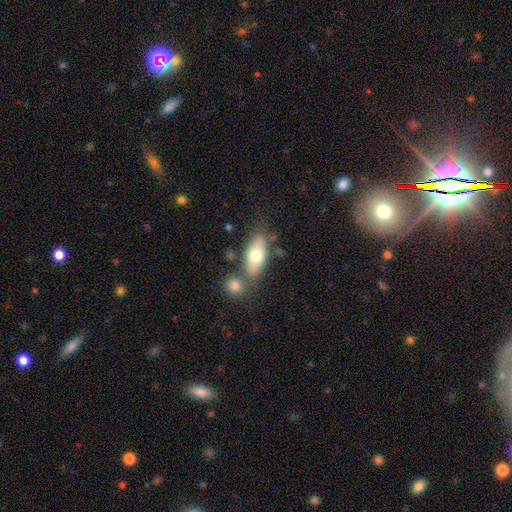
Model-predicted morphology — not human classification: This is likely a smooth galaxy (70%). How rounded: clearly in between (81%). Merging: likely none (63%).